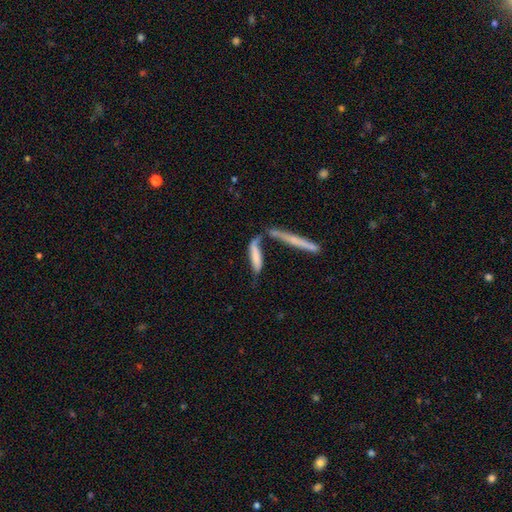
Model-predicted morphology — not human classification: Smooth or featured: smooth — 63% (featured or disk — 28%)
How rounded: cigar-shaped — 77% (in between — 21%)
Merging: merger — 39% (none — 30%)